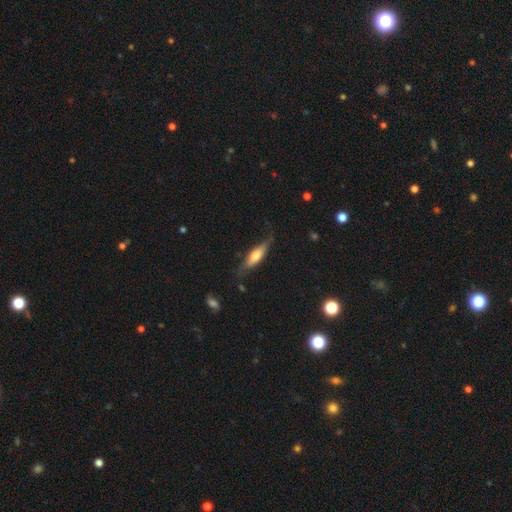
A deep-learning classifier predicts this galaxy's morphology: Smooth or featured? smooth (57%)
How rounded? cigar-shaped (57%)
Merging? none (64%)